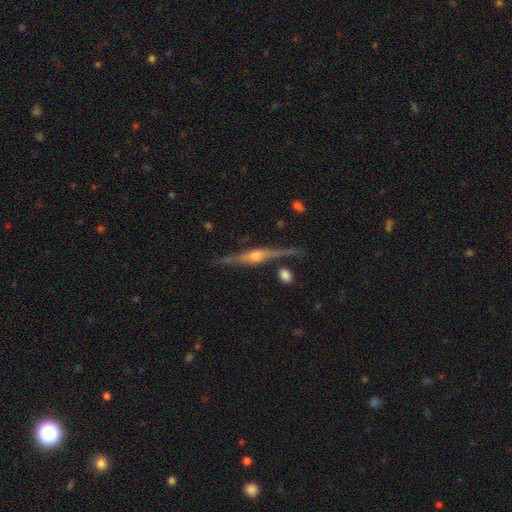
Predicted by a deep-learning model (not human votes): Smooth or featured? featured or disk (85%)
Edge-on disk? yes (98%)
Edge-on bulge? rounded (87%)
Merging? none (84%)